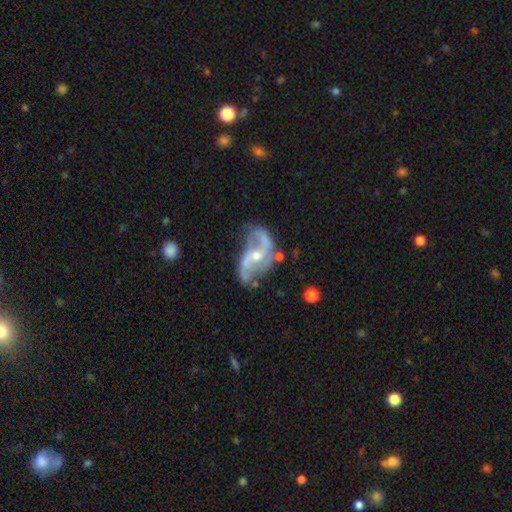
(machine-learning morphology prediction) A featured or disk galaxy (88%) with a weak bar (39%), 2 (88%) loose (64%) spiral arms (93%) and a moderate central bulge (51%). Merging: none (55%).